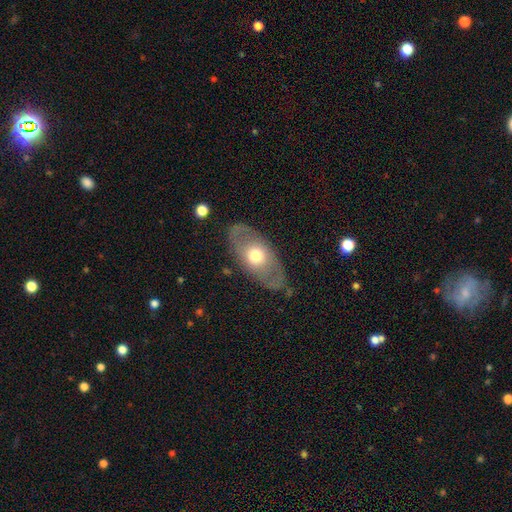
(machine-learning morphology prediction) type=featured or disk (48%); merging=none (79%).